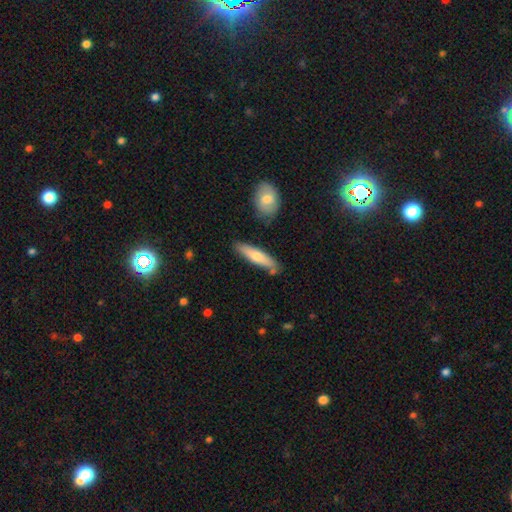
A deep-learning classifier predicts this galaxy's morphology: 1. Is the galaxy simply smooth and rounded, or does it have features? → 57% smooth, 34% featured or disk, 9% star or artifact.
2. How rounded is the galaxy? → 78% cigar-shaped, 20% in between, 2% round.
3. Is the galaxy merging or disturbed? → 81% none, 13% minor disturbance, 4% merger, 2% major disturbance.